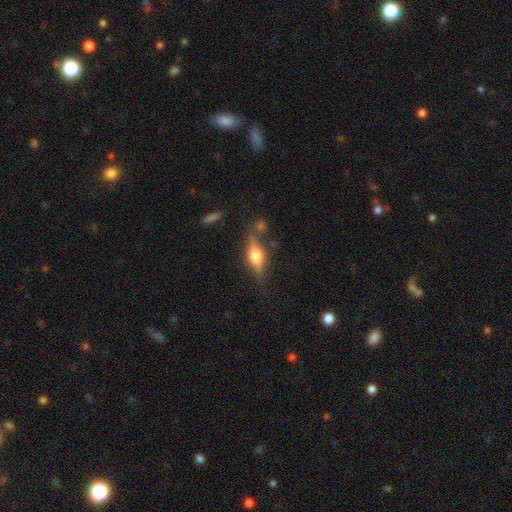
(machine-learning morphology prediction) This is possibly a featured or disk galaxy (56%). It is clearly viewed edge-on (91%). Edge-on bulge: clearly rounded (91%). Merging: likely none (69%).